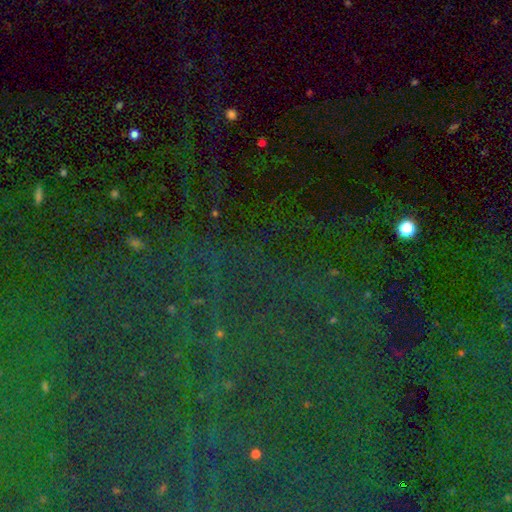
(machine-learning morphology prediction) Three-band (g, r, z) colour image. It shows a star or artifact, not a galaxy (83%).